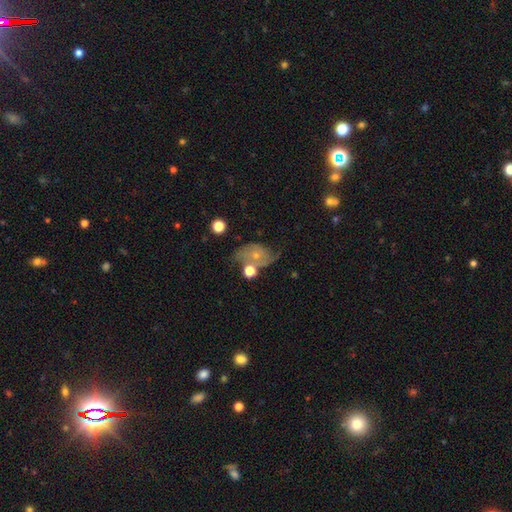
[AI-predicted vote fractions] Morphology: type=featured or disk (60%); edge-on=no (96%); bar=no (77%); spiral arms=yes (80%); bulge=small (67%); merging=none (42%).